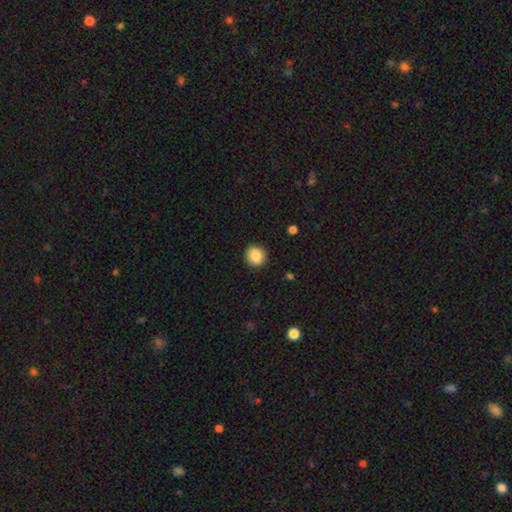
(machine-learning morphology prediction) type=smooth (87%); roundness=round (82%); merging=none (89%).